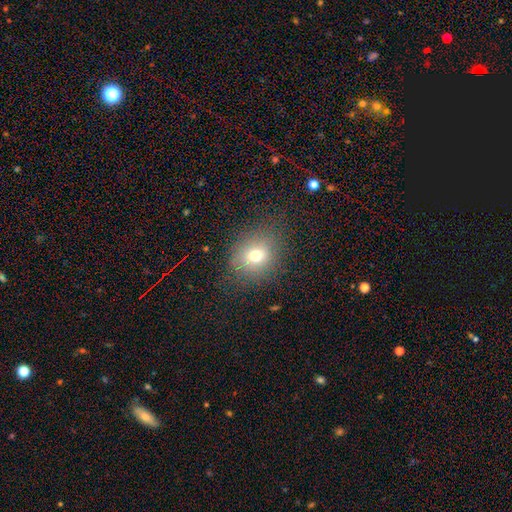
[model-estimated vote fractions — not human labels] smooth 72%, star or artifact 16%, featured or disk 13%. Down the decision tree: how rounded — round (72%); merging — none (81%).